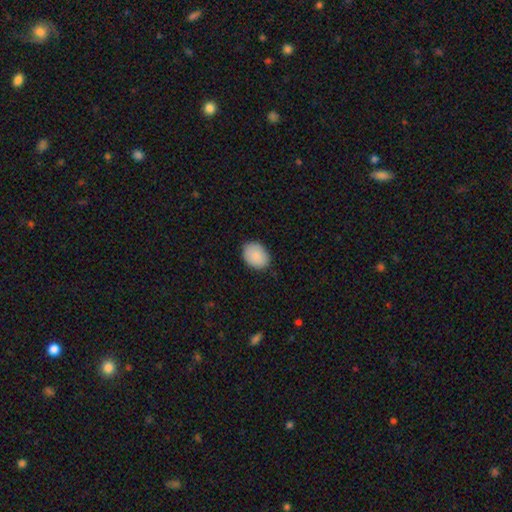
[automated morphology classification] smooth-or-featured: smooth: 90% | star or artifact: 7% | featured or disk: 4%
  how-rounded: in between: 74% | round: 26% | cigar-shaped: 1%
  merging: none: 85% | minor disturbance: 12% | major disturbance: 2% | merger: 1%